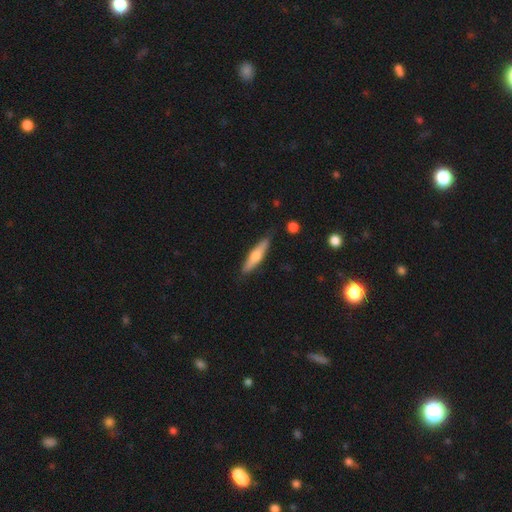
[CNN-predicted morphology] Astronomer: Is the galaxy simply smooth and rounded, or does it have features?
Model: smooth — 52% (runner-up: featured or disk, 43%).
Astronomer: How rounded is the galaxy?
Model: cigar-shaped — 81%.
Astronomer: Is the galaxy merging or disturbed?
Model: none — 84%.